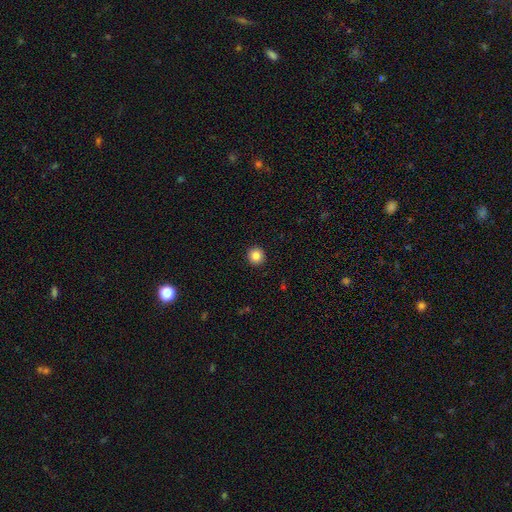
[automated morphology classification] Smooth or featured? smooth (85%)
How rounded? round (94%)
Merging? none (93%)